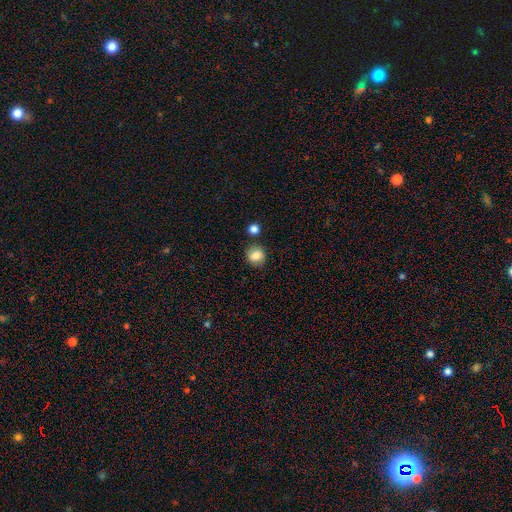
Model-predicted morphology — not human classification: type=smooth (80%); roundness=round (81%); merging=none (79%).